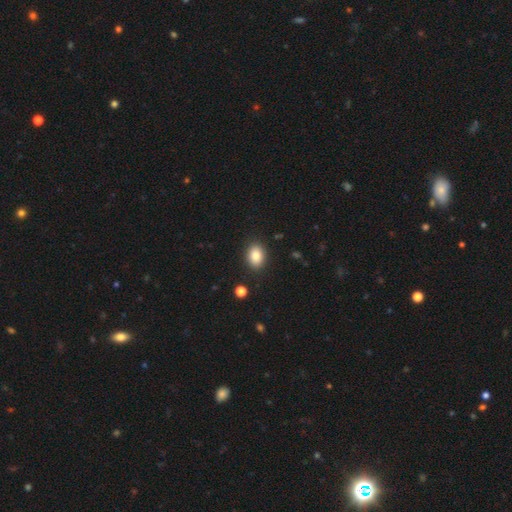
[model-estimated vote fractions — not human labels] A smooth galaxy with no disk features (85%) that is in between round and cigar-shaped (77%). Merging: none (88%).